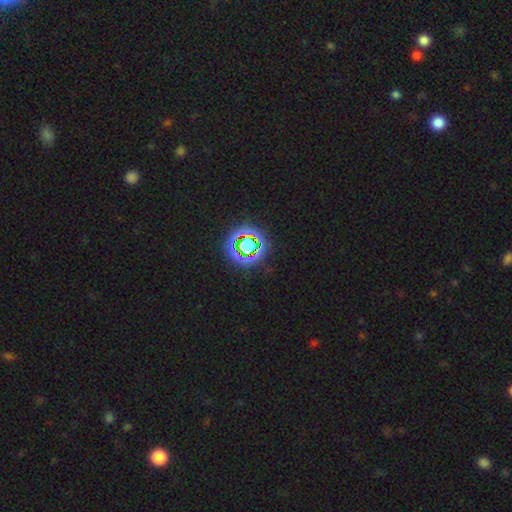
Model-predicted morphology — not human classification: smooth_or_featured: star or artifact (p=0.77) [alt: smooth p=0.15]